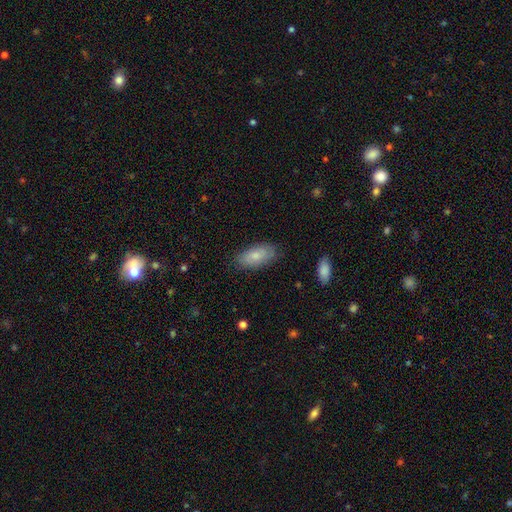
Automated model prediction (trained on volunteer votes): A smooth galaxy with no disk features (80%) that is in between round and cigar-shaped (90%).

Vote fractions:
- Smooth or featured? smooth: 80% / featured or disk: 13% / star or artifact: 6%
- How rounded? in between: 90% / cigar-shaped: 7% / round: 2%
- Merging? none: 83% / minor disturbance: 14% / major disturbance: 3% / merger: 1%